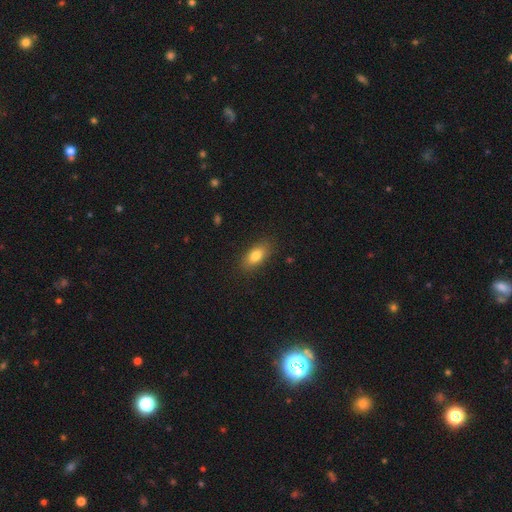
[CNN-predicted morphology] Smooth or featured?
  - smooth: 81% *
  - featured or disk: 11%
  - star or artifact: 8%
How rounded?
  - in between: 86% *
  - cigar-shaped: 8%
  - round: 6%
Merging?
  - none: 85% *
  - minor disturbance: 11%
  - major disturbance: 3%
  - merger: 1%